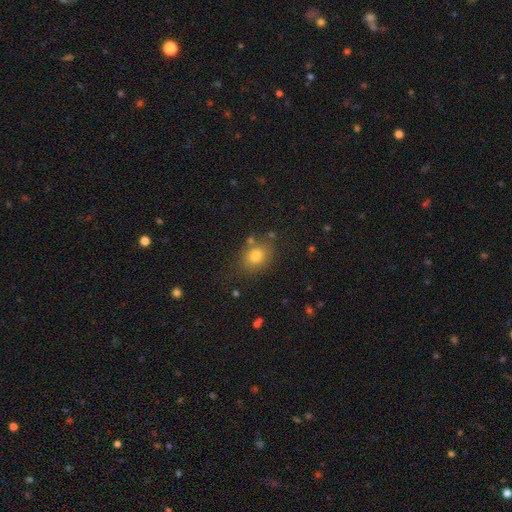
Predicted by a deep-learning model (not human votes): Smooth or featured?
  - smooth: 79% *
  - star or artifact: 11%
  - featured or disk: 9%
How rounded?
  - in between: 62% *
  - round: 37%
  - cigar-shaped: 1%
Merging?
  - none: 75% *
  - minor disturbance: 14%
  - merger: 6%
  - major disturbance: 5%